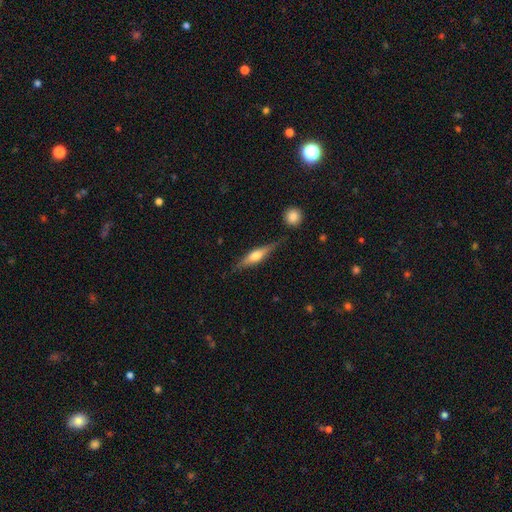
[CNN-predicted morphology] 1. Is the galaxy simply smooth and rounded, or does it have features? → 60% featured or disk, 34% smooth, 6% star or artifact.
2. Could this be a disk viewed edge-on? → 95% yes, 5% no.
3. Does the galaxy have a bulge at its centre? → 86% rounded, 10% boxy, 4% none.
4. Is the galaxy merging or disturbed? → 80% none, 13% minor disturbance, 4% merger, 3% major disturbance.